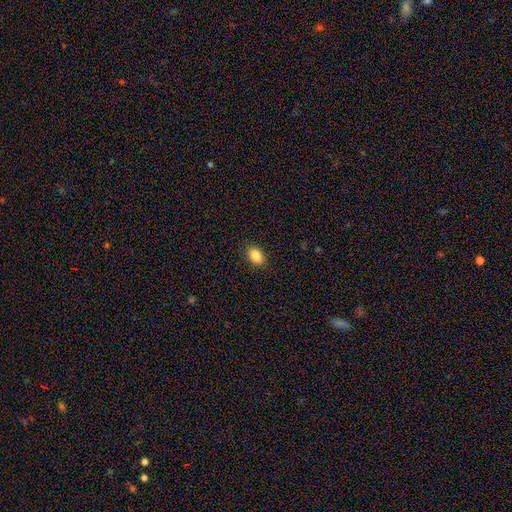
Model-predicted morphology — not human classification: The model was most divided on "how rounded": in between: 80%, round: 19%, cigar-shaped: 1%. More confident: merging — none (90%); smooth or featured — smooth (86%).